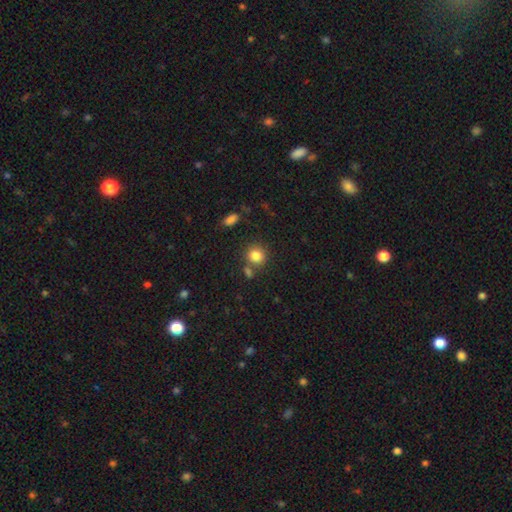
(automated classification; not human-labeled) This appears to be a smooth galaxy with no disk features (84%) that is round (84%). Merging: none (72%).